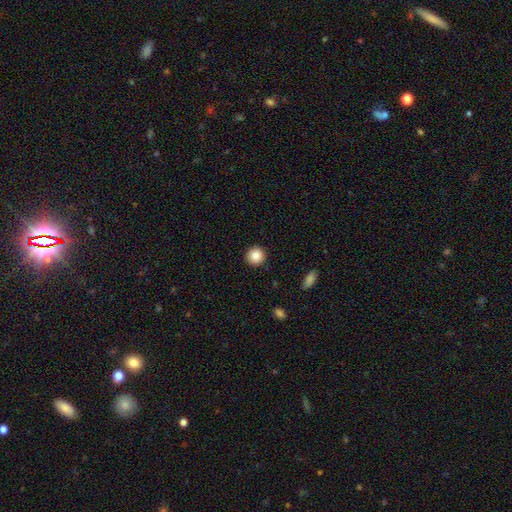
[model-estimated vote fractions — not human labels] Smooth or featured: smooth — 87% (star or artifact — 9%)
How rounded: round — 95% (in between — 4%)
Merging: none — 92% (minor disturbance — 5%)